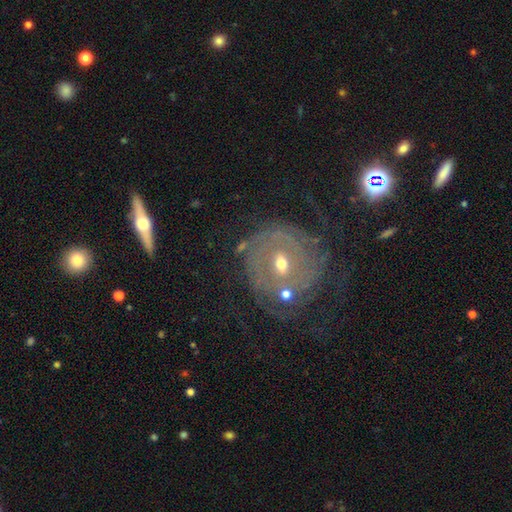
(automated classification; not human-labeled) Q: Smooth or featured?
A: featured or disk (75%); runner-up: smooth (14%)
Q: Edge-on disk?
A: no (93%); runner-up: yes (7%)
Q: Bar?
A: no (62%); runner-up: weak (28%)
Q: Spiral arms?
A: yes (74%); runner-up: no (26%)
Q: Spiral winding?
A: tight (70%); runner-up: medium (21%)
Q: Spiral arm count?
A: can't tell (46%); runner-up: 2 (24%)
Q: Bulge size?
A: moderate (49%); runner-up: small (47%)
Q: Merging?
A: none (64%); runner-up: minor disturbance (18%)